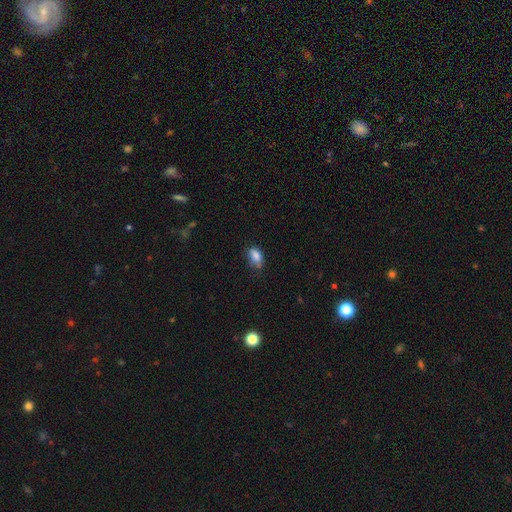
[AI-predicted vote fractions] Smooth or featured: smooth — 84% (star or artifact — 9%)
How rounded: in between — 87% (round — 10%)
Merging: none — 60% (minor disturbance — 31%)